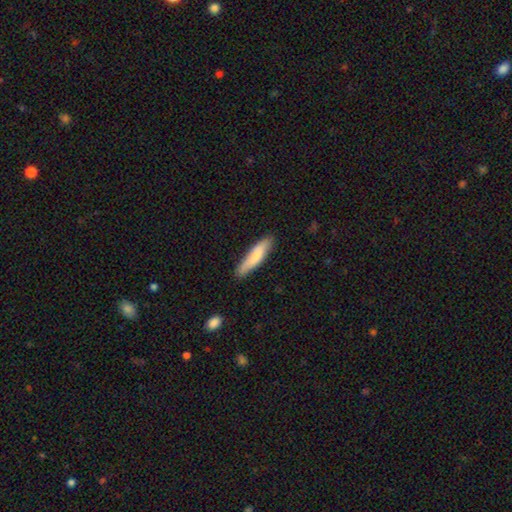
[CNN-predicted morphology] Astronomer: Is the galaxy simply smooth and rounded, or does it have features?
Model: smooth — 75%.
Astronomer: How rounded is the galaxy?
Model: cigar-shaped — 80%.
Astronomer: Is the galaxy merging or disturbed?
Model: none — 84%.